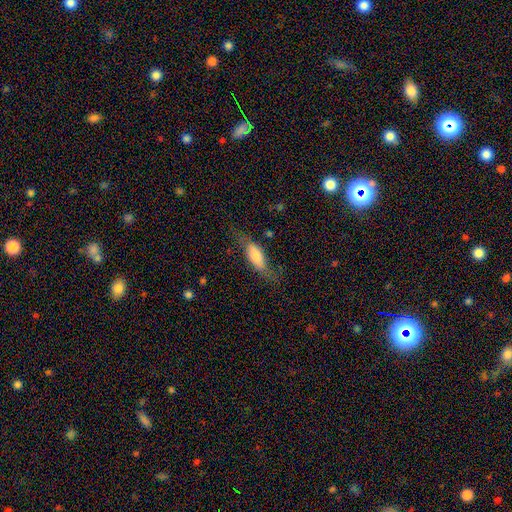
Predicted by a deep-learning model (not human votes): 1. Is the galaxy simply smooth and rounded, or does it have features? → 59% smooth, 33% featured or disk, 7% star or artifact.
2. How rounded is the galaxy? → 67% in between, 30% cigar-shaped, 3% round.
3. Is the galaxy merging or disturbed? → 57% none, 25% minor disturbance, 16% major disturbance, 2% merger.